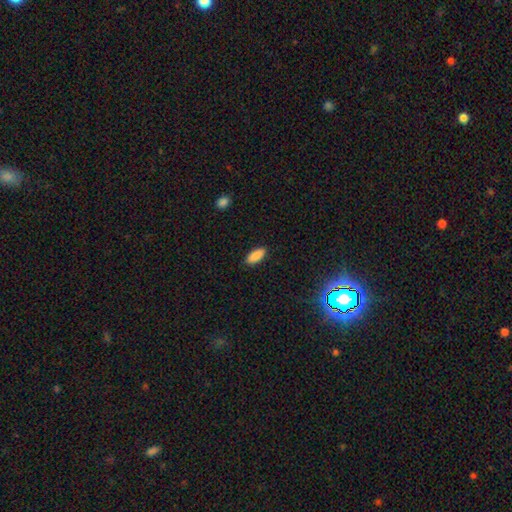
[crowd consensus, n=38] smooth 89%, star or artifact 8%, featured or disk 3%. Down the decision tree: how rounded — in between (79%); merging — none (89%).